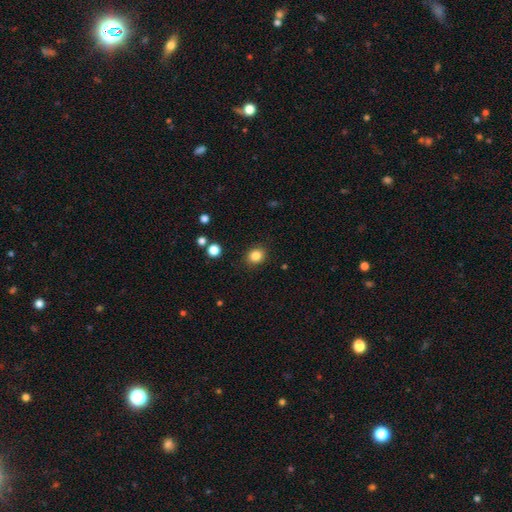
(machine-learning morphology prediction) A smooth galaxy with no disk features (84%) that is round (66%). Merging: none (89%).